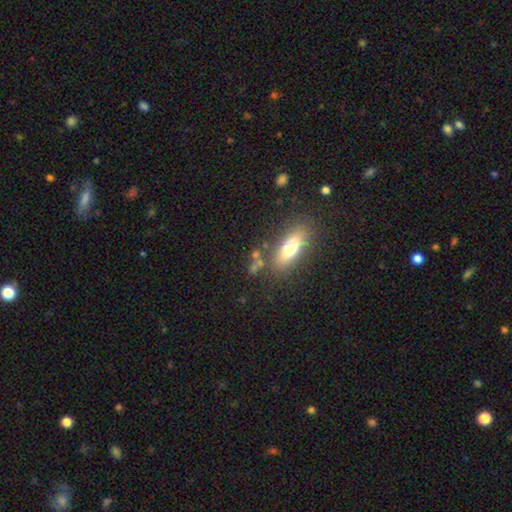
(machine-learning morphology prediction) Q: Smooth or featured?
A: smooth (66%); runner-up: featured or disk (23%)
Q: How rounded?
A: in between (62%); runner-up: cigar-shaped (33%)
Q: Merging?
A: none (77%); runner-up: minor disturbance (12%)